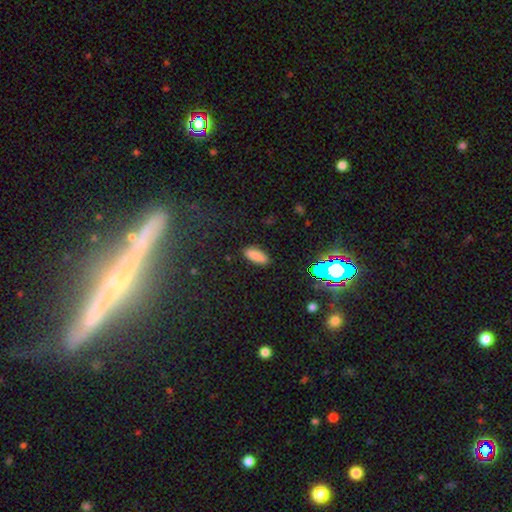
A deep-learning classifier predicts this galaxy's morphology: A smooth galaxy with no disk features (84%) that is in between round and cigar-shaped (76%). Merging: none (88%).